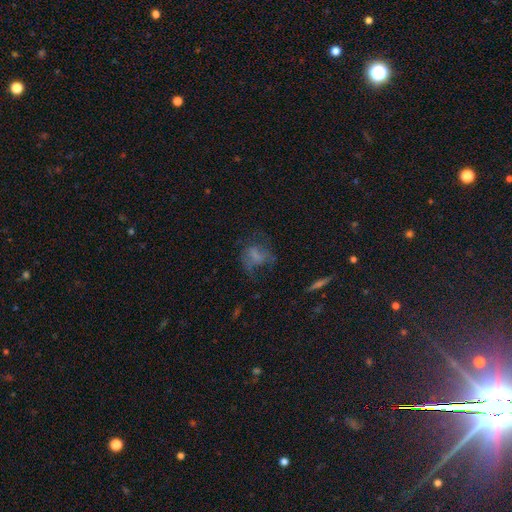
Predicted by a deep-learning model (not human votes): smooth_or_featured: smooth (p=0.49) [alt: featured or disk p=0.35]
merging: none (p=0.39) [alt: major disturbance p=0.37]